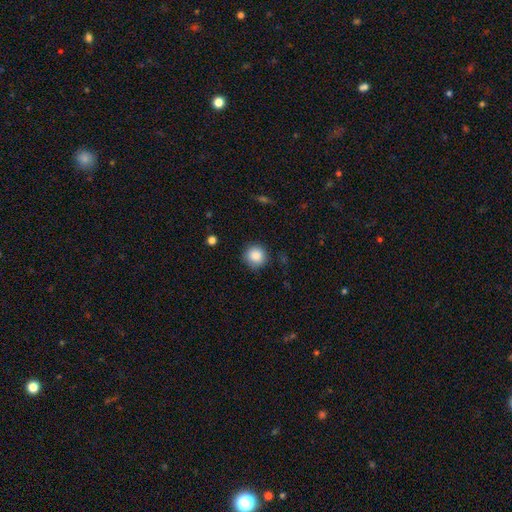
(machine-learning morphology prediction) A smooth galaxy with no disk features (87%) that is round (94%). Merging: none (85%).